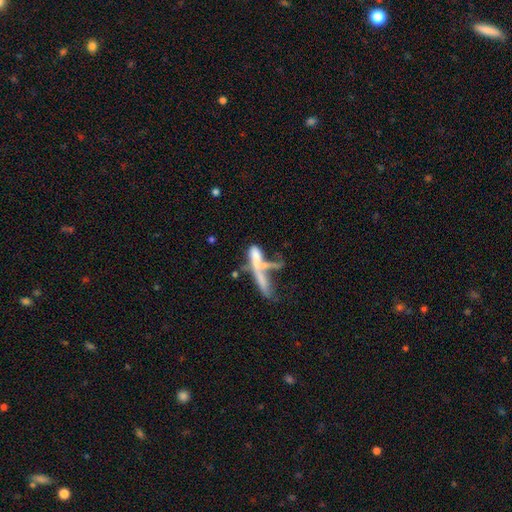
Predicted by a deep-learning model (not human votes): A smooth galaxy with no disk features (49%). Merging: merger (56%).